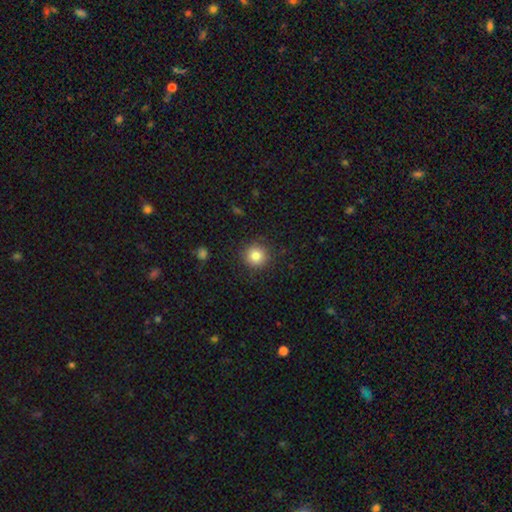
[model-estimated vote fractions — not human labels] smooth-or-featured: smooth: 84% | star or artifact: 11% | featured or disk: 6%
  how-rounded: round: 94% | in between: 5% | cigar-shaped: 1%
  merging: none: 89% | minor disturbance: 8% | major disturbance: 3% | merger: 1%